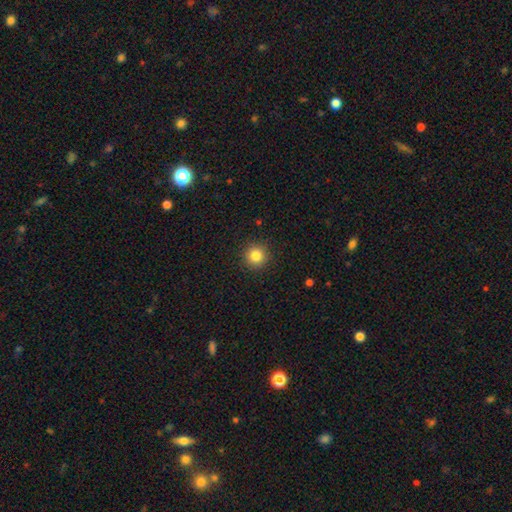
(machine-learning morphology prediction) A smooth galaxy with no disk features (83%) that is round (95%). Merging: none (92%).